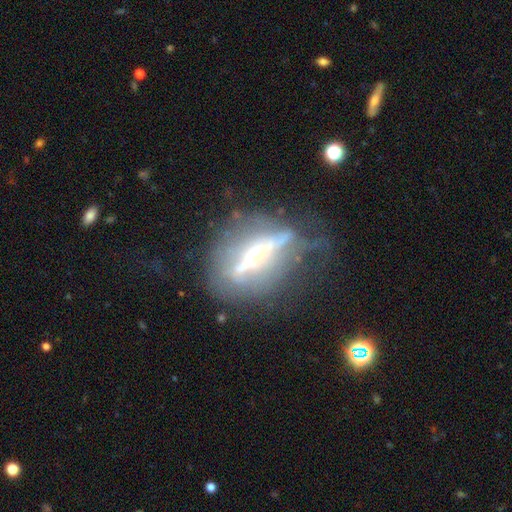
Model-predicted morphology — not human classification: Q: Smooth or featured?
A: featured or disk (75%); runner-up: smooth (16%)
Q: Edge-on disk?
A: yes (59%); runner-up: no (41%)
Q: Merging?
A: none (46%); runner-up: major disturbance (26%)